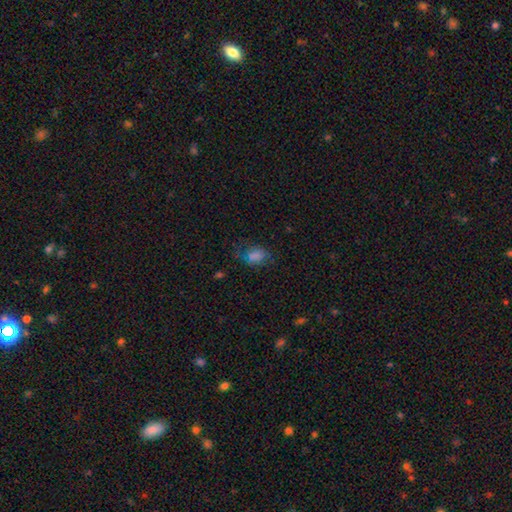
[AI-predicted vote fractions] This appears to be a smooth galaxy with no disk features (77%) that is in between round and cigar-shaped (77%). Merging: none (56%).